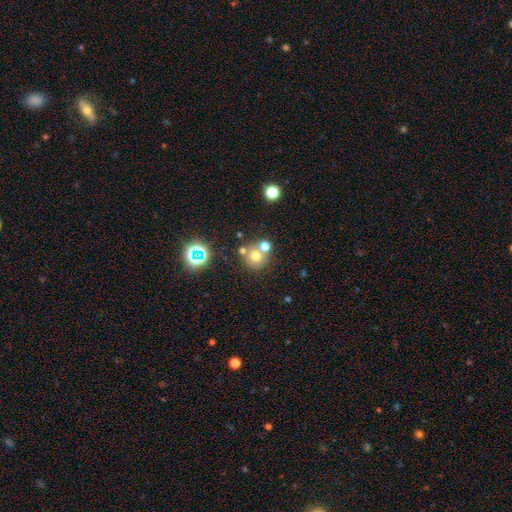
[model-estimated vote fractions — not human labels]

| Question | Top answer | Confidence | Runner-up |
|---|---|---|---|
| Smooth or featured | smooth | 65% | star or artifact (21%) |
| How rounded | round | 90% | in between (9%) |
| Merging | none | 60% | merger (28%) |